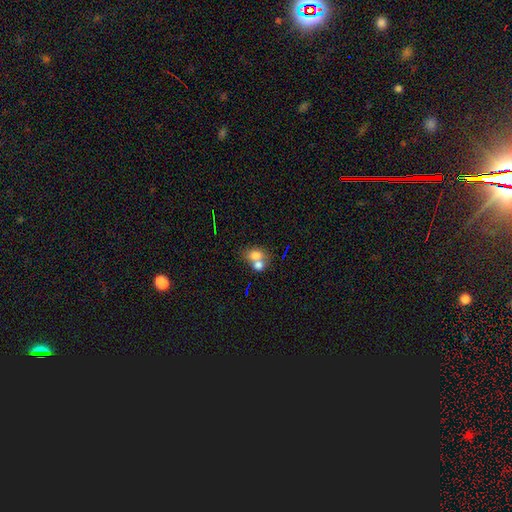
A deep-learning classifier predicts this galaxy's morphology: smooth-or-featured: smooth: 73% | featured or disk: 17% | star or artifact: 10%
  how-rounded: in between: 56% | round: 42% | cigar-shaped: 1%
  merging: merger: 60% | none: 28% | minor disturbance: 8% | major disturbance: 4%